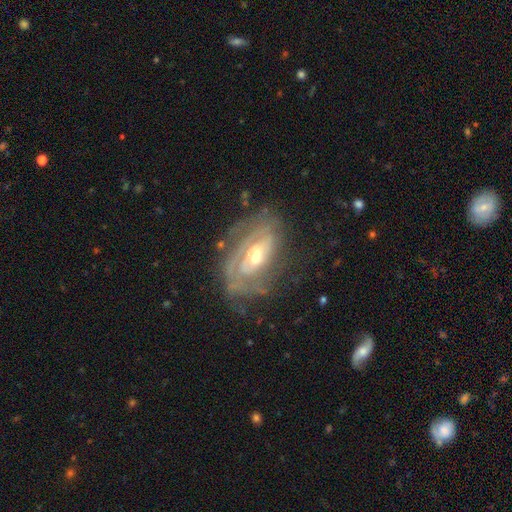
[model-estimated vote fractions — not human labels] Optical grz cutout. It shows a featured or disk galaxy (83%) with no bar (48%), tight (66%) spiral arms (83%) and a moderate central bulge (62%). Merging: none (60%).